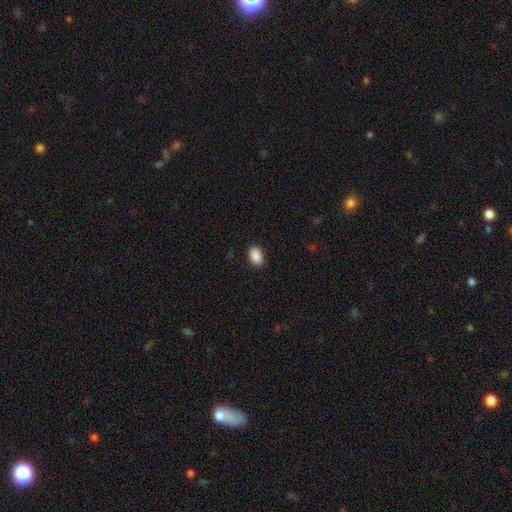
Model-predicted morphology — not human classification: type=smooth (90%); roundness=in between (90%); merging=none (89%).